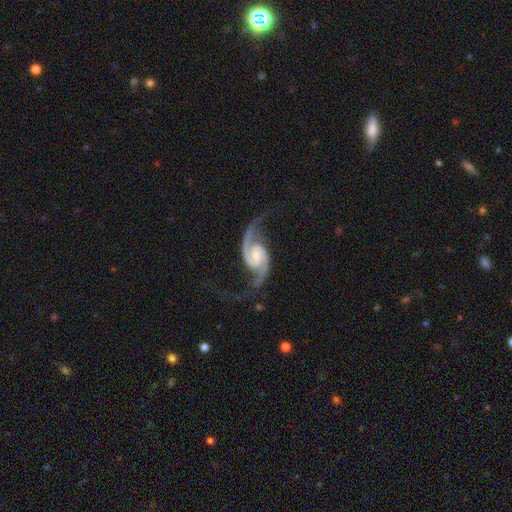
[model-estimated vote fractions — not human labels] Q: Smooth or featured?
A: featured or disk (94%); runner-up: star or artifact (4%)
Q: Edge-on disk?
A: no (98%); runner-up: yes (2%)
Q: Bar?
A: no (50%); runner-up: weak (39%)
Q: Spiral arms?
A: yes (99%); runner-up: no (1%)
Q: Spiral winding?
A: loose (45%); runner-up: medium (43%)
Q: Spiral arm count?
A: 2 (95%); runner-up: can't tell (1%)
Q: Bulge size?
A: moderate (41%); runner-up: small (38%)
Q: Merging?
A: none (69%); runner-up: minor disturbance (16%)